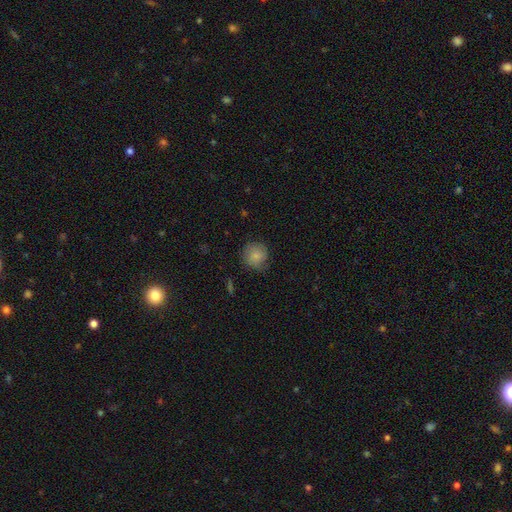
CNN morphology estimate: This is clearly a smooth galaxy (81%). How rounded: clearly round (90%). Merging: likely none (71%).